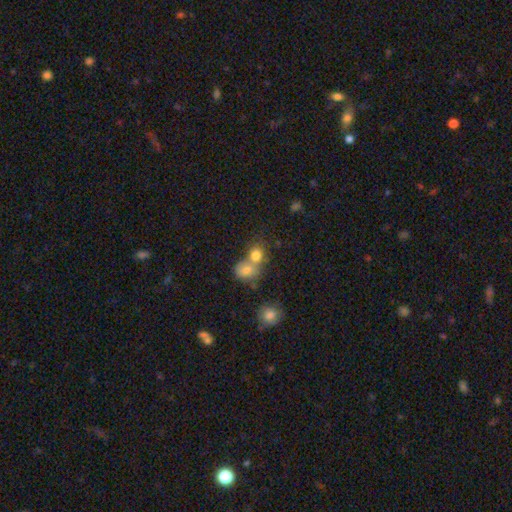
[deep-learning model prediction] This is likely a smooth galaxy (78%). How rounded: likely round (68%). Merging: possibly merger (55%).